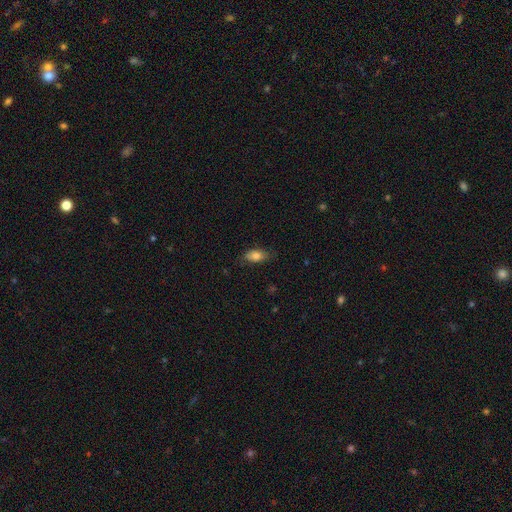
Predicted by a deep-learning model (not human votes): The model was most divided on "merging": none: 73%, minor disturbance: 21%, major disturbance: 5%, merger: 1%. More confident: how rounded — in between (88%); smooth or featured — smooth (78%).